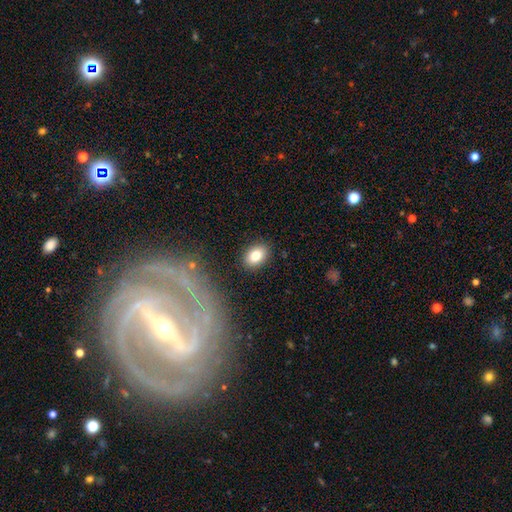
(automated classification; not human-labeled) Smooth or featured: smooth — 82% (featured or disk — 9%)
How rounded: in between — 80% (round — 19%)
Merging: none — 87% (minor disturbance — 9%)